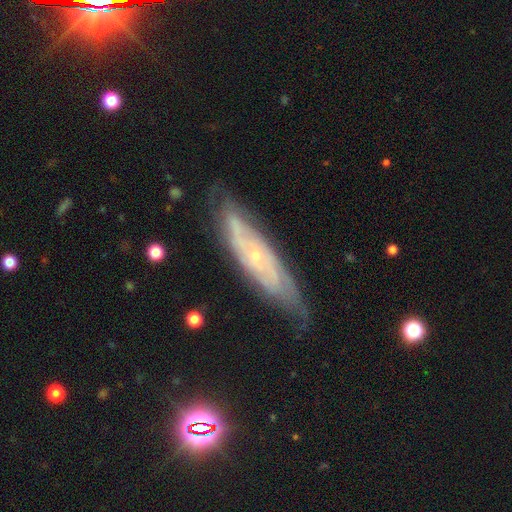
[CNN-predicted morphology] A featured or disk galaxy (77%) with no bar (72%), tight (62%) spiral arms (89%) and a small central bulge (81%). Merging: none (71%).